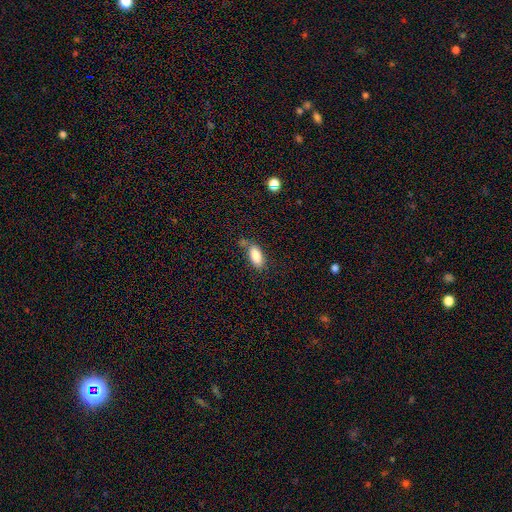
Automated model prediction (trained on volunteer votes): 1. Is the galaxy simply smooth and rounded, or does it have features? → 84% smooth, 9% featured or disk, 7% star or artifact.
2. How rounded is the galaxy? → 88% in between, 9% cigar-shaped, 2% round.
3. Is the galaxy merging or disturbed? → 62% none, 20% minor disturbance, 11% merger, 6% major disturbance.